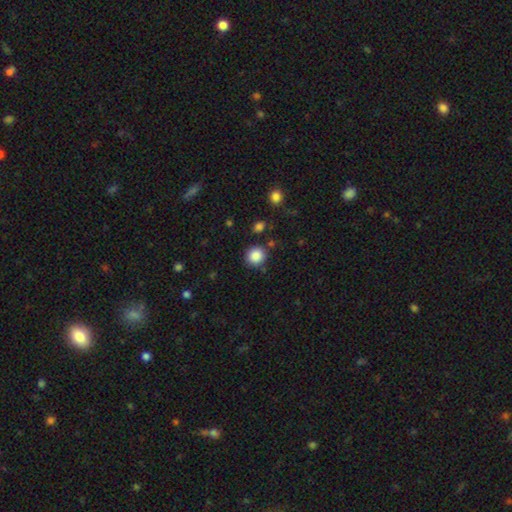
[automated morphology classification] Smooth or featured? Predicted: smooth (p=0.87). How rounded? Predicted: round (p=0.88). Merging? Predicted: none (p=0.84).